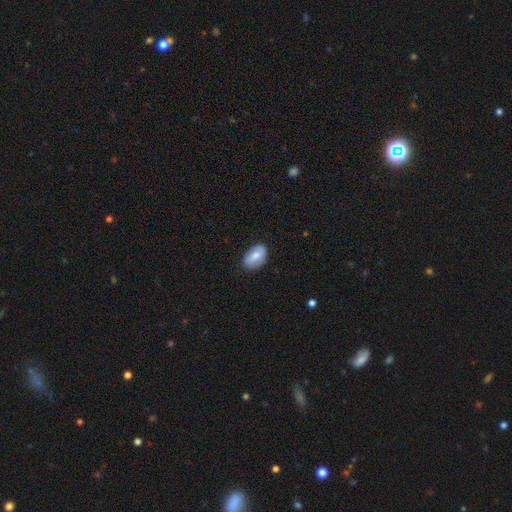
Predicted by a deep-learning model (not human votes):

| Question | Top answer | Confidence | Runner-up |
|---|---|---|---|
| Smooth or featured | smooth | 69% | featured or disk (24%) |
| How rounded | in between | 90% | round (8%) |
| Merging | none | 81% | minor disturbance (15%) |